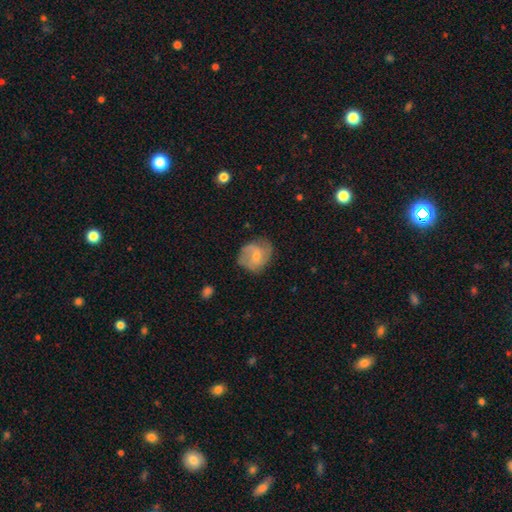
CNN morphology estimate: smooth_or_featured: featured or disk (p=0.50) [alt: smooth p=0.43]
merging: none (p=0.61) [alt: minor disturbance p=0.26]